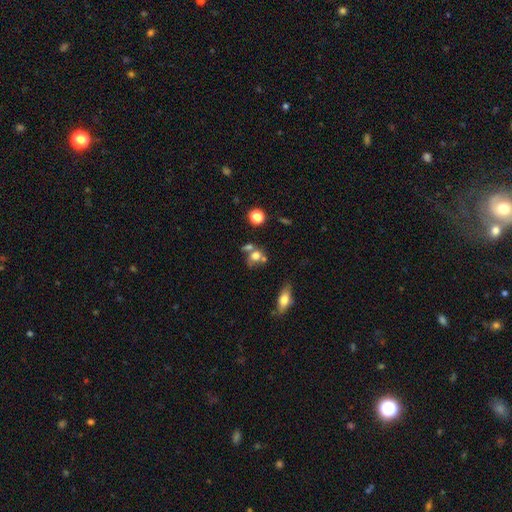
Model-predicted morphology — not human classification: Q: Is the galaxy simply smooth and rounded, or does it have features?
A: smooth — 66%.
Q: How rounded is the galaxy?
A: round — 57%.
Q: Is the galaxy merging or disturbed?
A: merger — 41%.